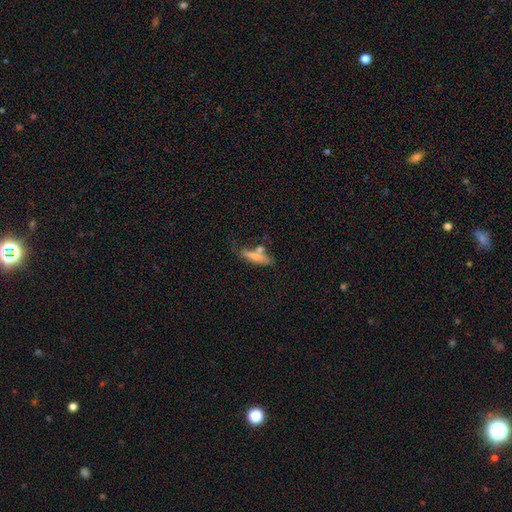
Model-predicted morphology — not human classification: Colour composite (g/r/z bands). It shows a smooth galaxy with no disk features (68%) that is cigar-shaped (70%). Merging: none (48%).